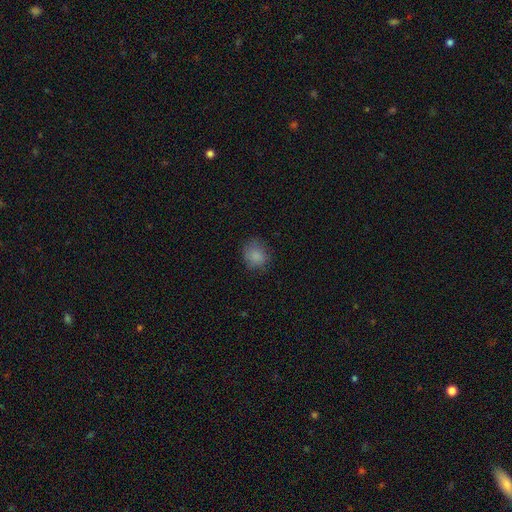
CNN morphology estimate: smooth_or_featured: smooth (p=0.85) [alt: star or artifact p=0.10]
how_rounded: round (p=0.72) [alt: in between p=0.27]
merging: none (p=0.78) [alt: minor disturbance p=0.16]